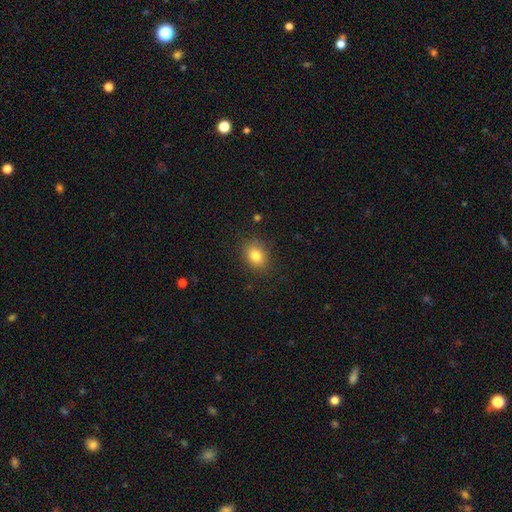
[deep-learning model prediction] Overall: smooth (83%). How rounded: in between (58%; round 41%). Merging: none (86%).